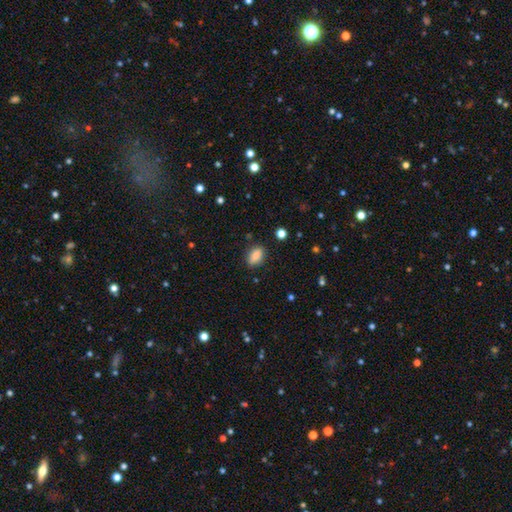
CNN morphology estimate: Smooth or featured: smooth — 87% (star or artifact — 8%)
How rounded: in between — 87% (round — 8%)
Merging: none — 81% (minor disturbance — 14%)